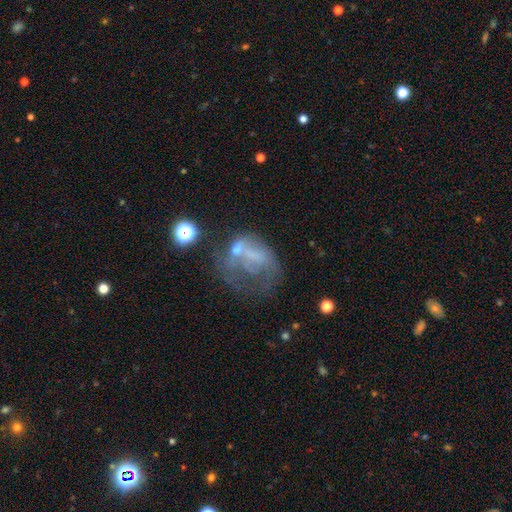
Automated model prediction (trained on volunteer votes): A featured or disk galaxy (51%).

Vote fractions:
- Smooth or featured? featured or disk: 51% / smooth: 32% / star or artifact: 17%
- Edge-on disk? no: 97% / yes: 3%
- Merging? major disturbance: 43% / none: 25% / merger: 16% / minor disturbance: 16%